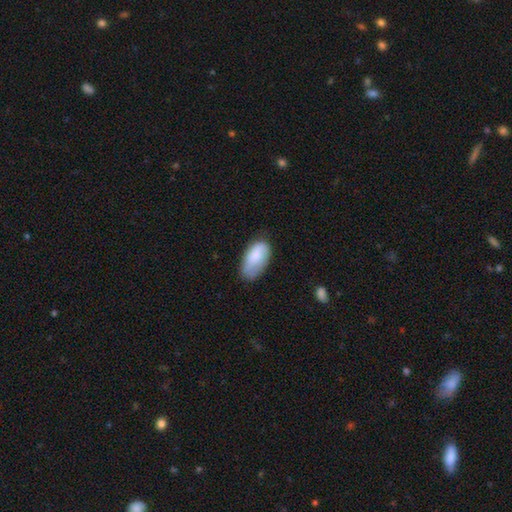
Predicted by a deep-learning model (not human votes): Q: Smooth or featured?
A: smooth (79%); runner-up: featured or disk (14%)
Q: How rounded?
A: in between (94%); runner-up: cigar-shaped (3%)
Q: Merging?
A: none (54%); runner-up: minor disturbance (34%)